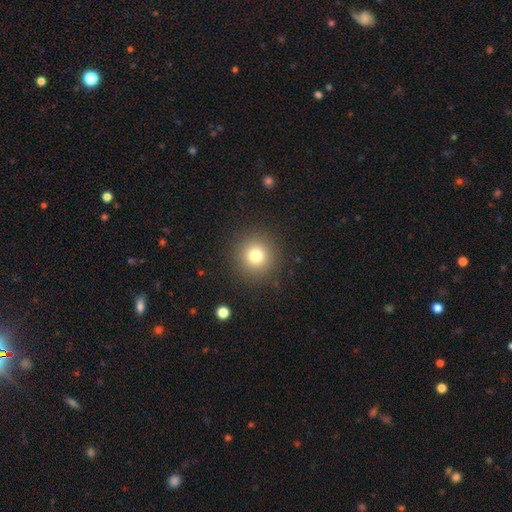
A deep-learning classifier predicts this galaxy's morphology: Smooth or featured? smooth (78%)
How rounded? round (95%)
Merging? none (90%)